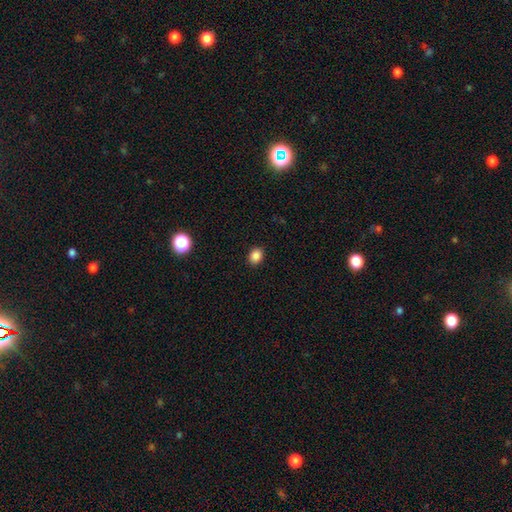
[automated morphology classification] Smooth or featured? smooth (86%)
How rounded? round (54%)
Merging? none (90%)